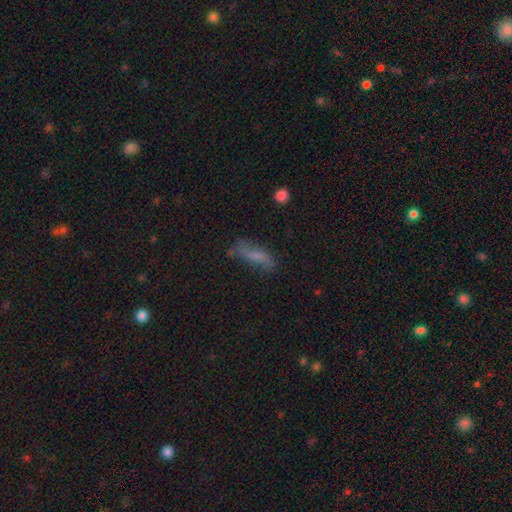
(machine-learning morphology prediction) This is possibly a smooth galaxy (52%). How rounded: possibly in between (49%). Merging: possibly none (56%).